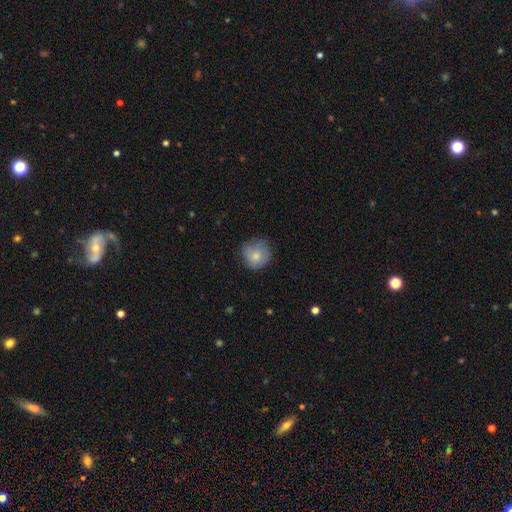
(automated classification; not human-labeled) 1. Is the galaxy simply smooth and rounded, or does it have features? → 79% smooth, 13% featured or disk, 8% star or artifact.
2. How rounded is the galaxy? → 91% round, 9% in between, 1% cigar-shaped.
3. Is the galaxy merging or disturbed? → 73% none, 21% minor disturbance, 5% major disturbance, 1% merger.